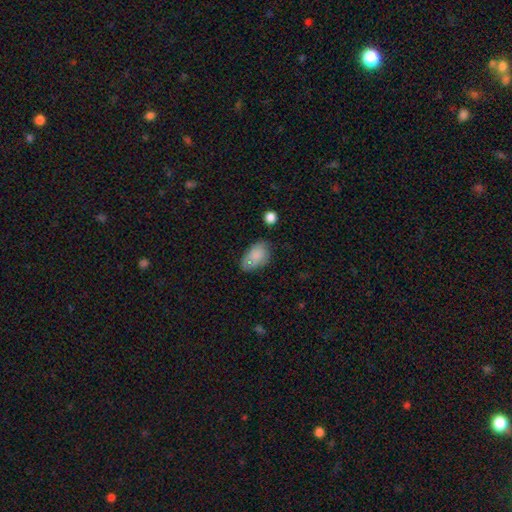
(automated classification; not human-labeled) Smooth or featured: smooth — 82% (featured or disk — 10%)
How rounded: in between — 92% (round — 6%)
Merging: none — 59% (minor disturbance — 26%)